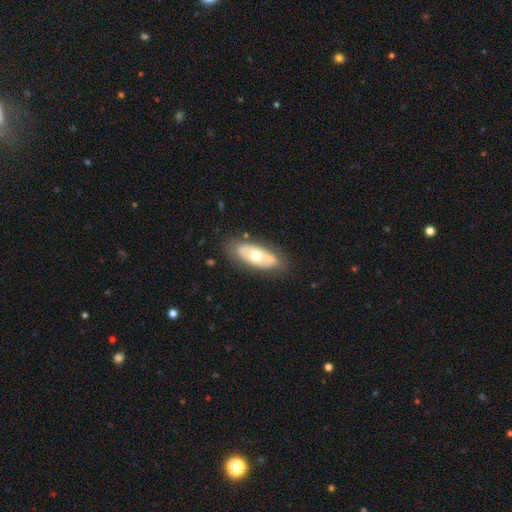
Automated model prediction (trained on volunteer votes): Overall: featured or disk (51%; smooth 44%). Edge-on disk: no (84%). Merging: none (79%).